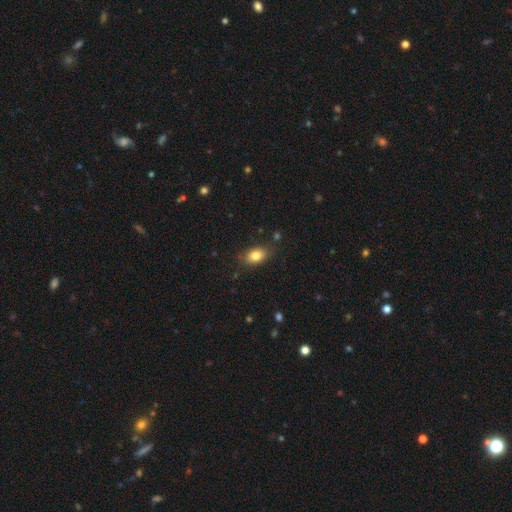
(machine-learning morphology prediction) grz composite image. It shows a smooth galaxy with no disk features (83%) that is in between round and cigar-shaped (84%). Merging: none (81%).